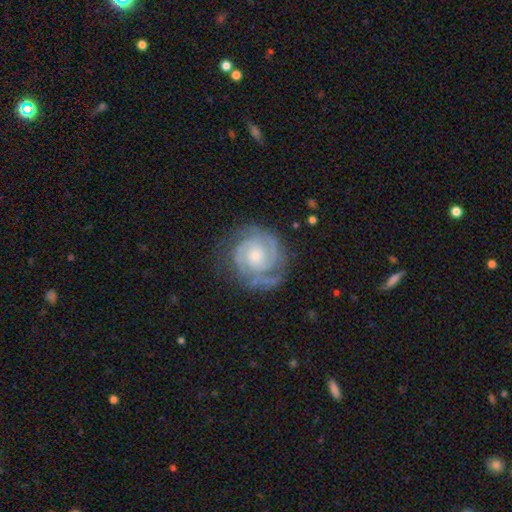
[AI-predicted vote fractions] Morphology: type=featured or disk (88%); edge-on=no (98%); bar=no (69%); spiral arms=yes (98%); winding=tight (74%); arm count=2 (70%); bulge=small (64%); merging=none (75%).